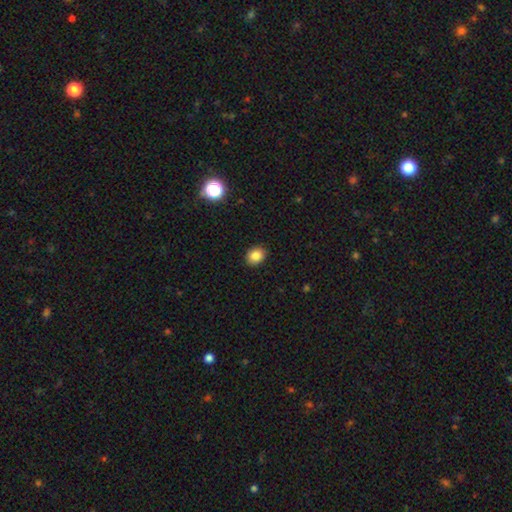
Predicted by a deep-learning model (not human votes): Morphology: type=smooth (85%); roundness=round (51%); merging=none (90%).